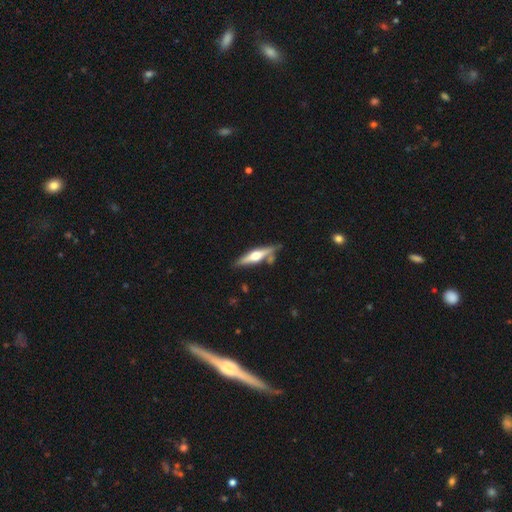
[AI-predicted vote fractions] A featured or disk galaxy (67%) viewed edge-on (96%) with a rounded central bulge (94%). Merging: none (76%).